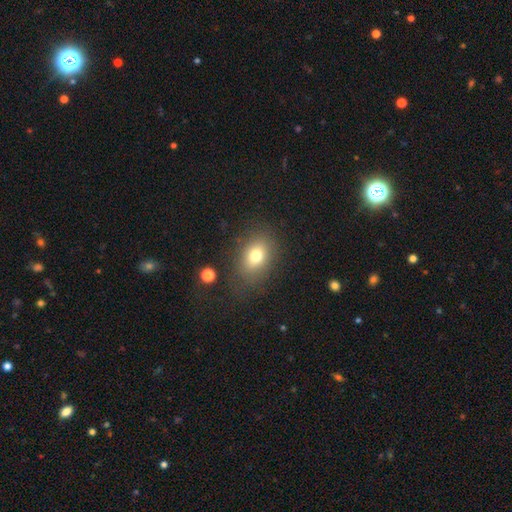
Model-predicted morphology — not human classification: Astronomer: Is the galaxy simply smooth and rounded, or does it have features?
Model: smooth — 75%.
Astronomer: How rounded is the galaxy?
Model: in between — 68%.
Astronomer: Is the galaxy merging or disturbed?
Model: none — 77%.